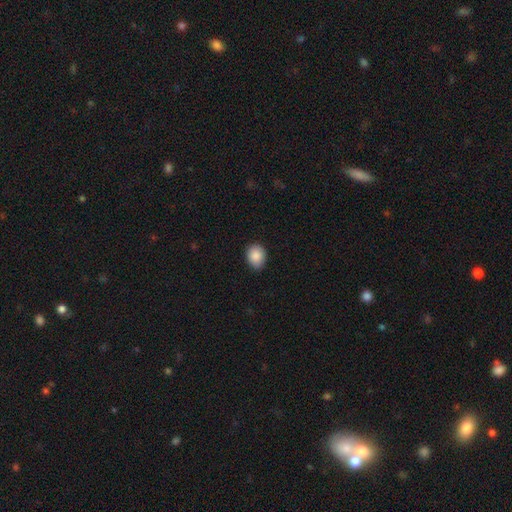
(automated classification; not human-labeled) Morphology: type=smooth (88%); roundness=in between (53%); merging=none (83%).